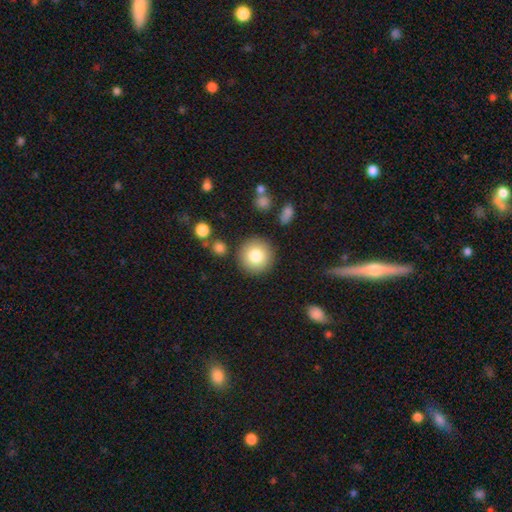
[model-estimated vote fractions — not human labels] Overall: smooth (80%). How rounded: round (95%). Merging: none (88%).